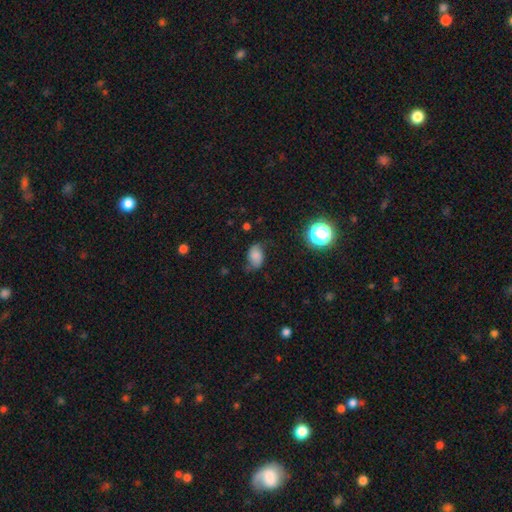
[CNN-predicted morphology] type=smooth (66%); roundness=in between (82%); merging=none (55%).